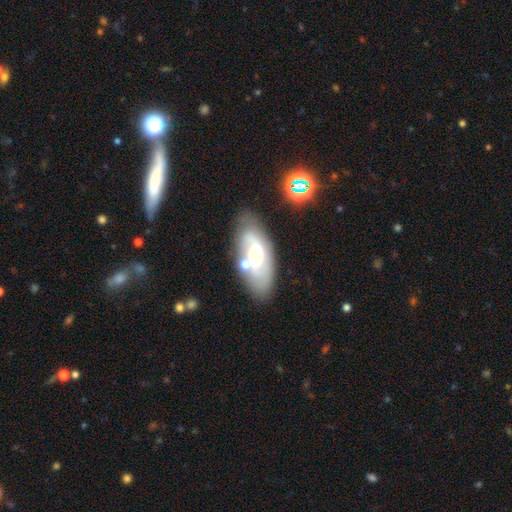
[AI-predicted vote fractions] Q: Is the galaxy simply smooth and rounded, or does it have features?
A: featured or disk — 61%.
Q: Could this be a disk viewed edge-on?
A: no — 87%.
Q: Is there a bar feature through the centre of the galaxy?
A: no — 46%.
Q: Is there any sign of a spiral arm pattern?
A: yes — 70%.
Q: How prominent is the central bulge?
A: moderate — 63%.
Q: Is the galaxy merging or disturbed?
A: none — 66%.